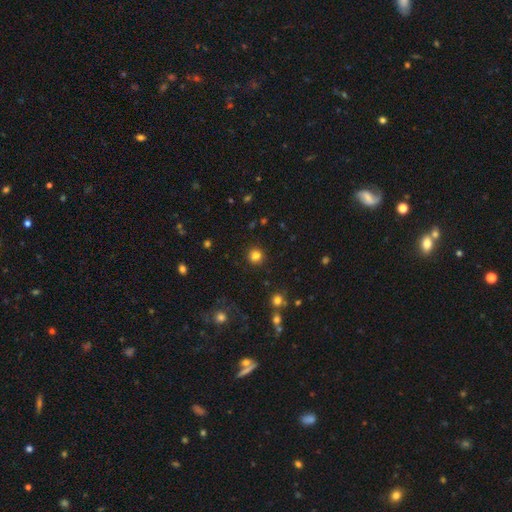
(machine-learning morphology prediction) A smooth galaxy with no disk features (82%) that is round (94%). Merging: none (92%).